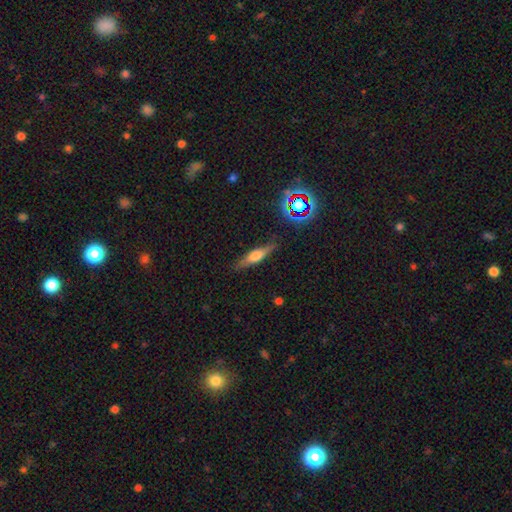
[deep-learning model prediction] Overall: featured or disk (50%; smooth 40%). Edge-on disk: yes (93%). Merging: none (84%).